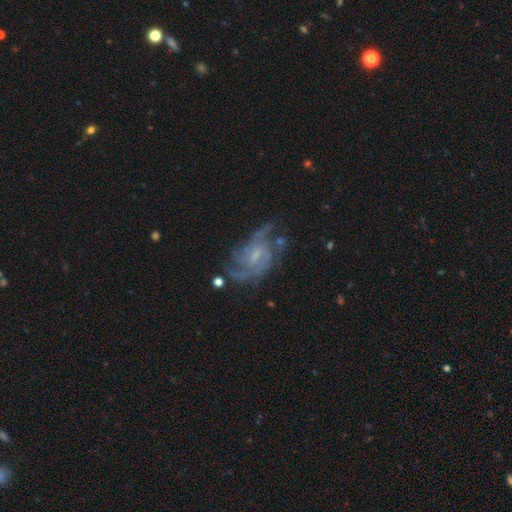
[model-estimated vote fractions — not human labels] This appears to be a featured or disk galaxy (85%) with a weak bar (53%), 3 (30%) medium (48%) spiral arms (95%) and a small central bulge (55%). Merging: none (58%).